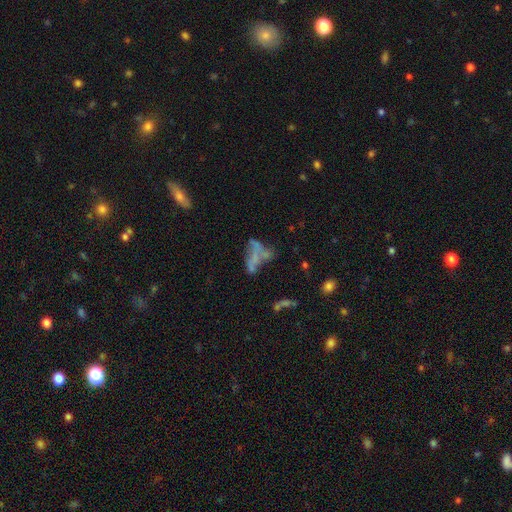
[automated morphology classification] This is marginally a featured or disk galaxy (44%). Merging: marginally none (29%, tied with major disturbance).